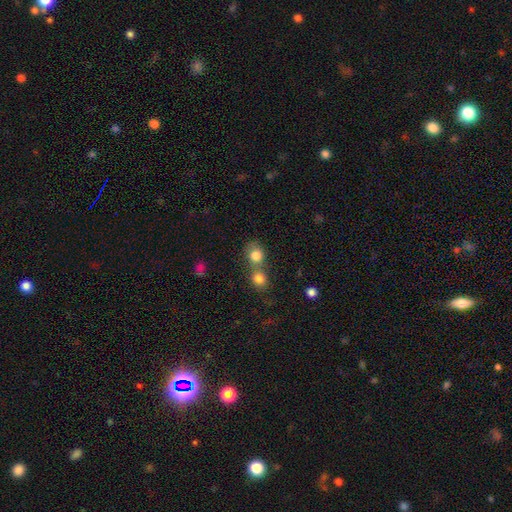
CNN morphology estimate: smooth 82%, star or artifact 10%, featured or disk 8%. Down the decision tree: how rounded — round (78%); merging — merger (52%).